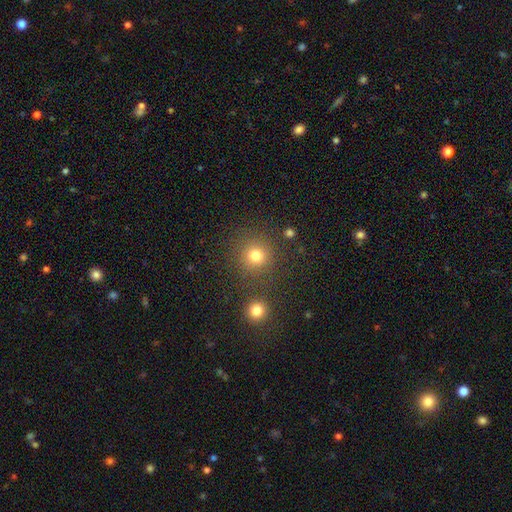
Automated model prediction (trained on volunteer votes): Smooth or featured? Predicted: smooth (p=0.78). How rounded? Predicted: round (p=0.93). Merging? Predicted: none (p=0.82).